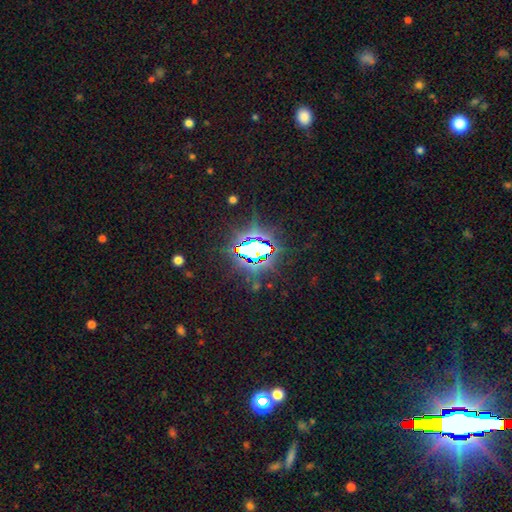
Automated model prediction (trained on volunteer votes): Morphology: type=star or artifact (78%).